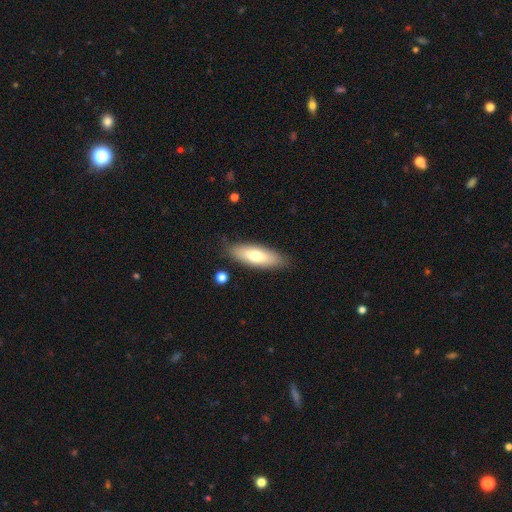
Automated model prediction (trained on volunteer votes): smooth 66%, featured or disk 28%, star or artifact 6%. Down the decision tree: how rounded — in between (62%); merging — none (84%).